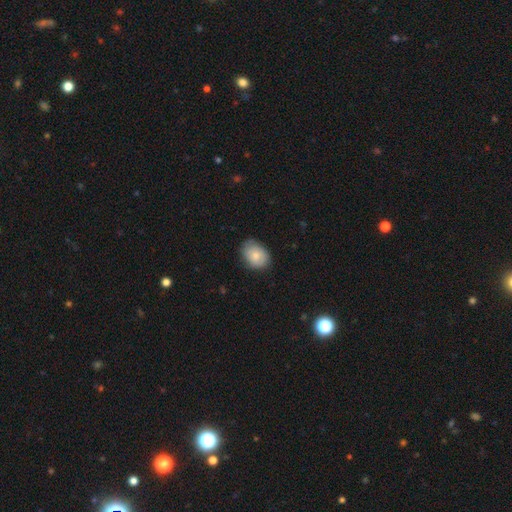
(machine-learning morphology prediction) Smooth or featured?
  - smooth: 81% *
  - featured or disk: 13%
  - star or artifact: 7%
How rounded?
  - in between: 68% *
  - round: 31%
  - cigar-shaped: 1%
Merging?
  - none: 74% *
  - minor disturbance: 21%
  - major disturbance: 4%
  - merger: 1%